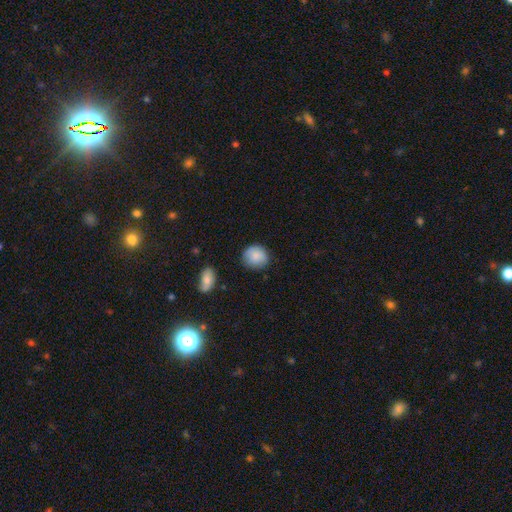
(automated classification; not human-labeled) smooth 87%, star or artifact 7%, featured or disk 6%. Down the decision tree: how rounded — round (84%); merging — none (83%).